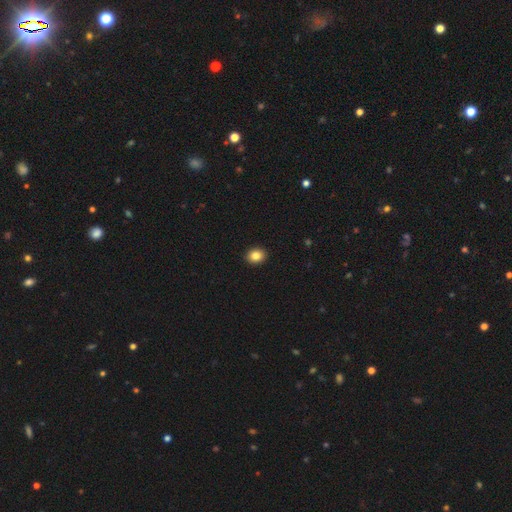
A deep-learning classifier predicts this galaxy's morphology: Smooth or featured? smooth (85%)
How rounded? round (54%)
Merging? none (92%)